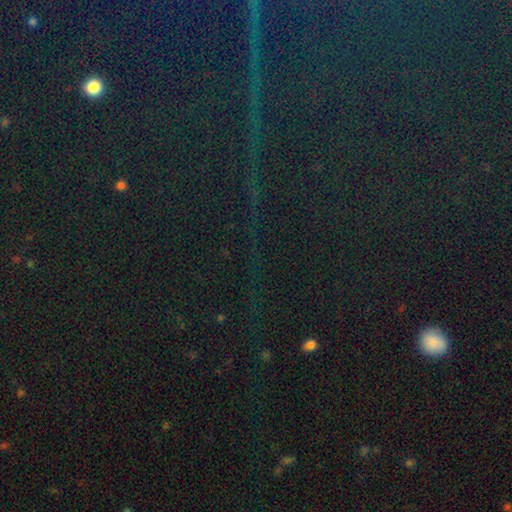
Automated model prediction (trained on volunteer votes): smooth_or_featured: star or artifact (p=0.85) [alt: smooth p=0.08]